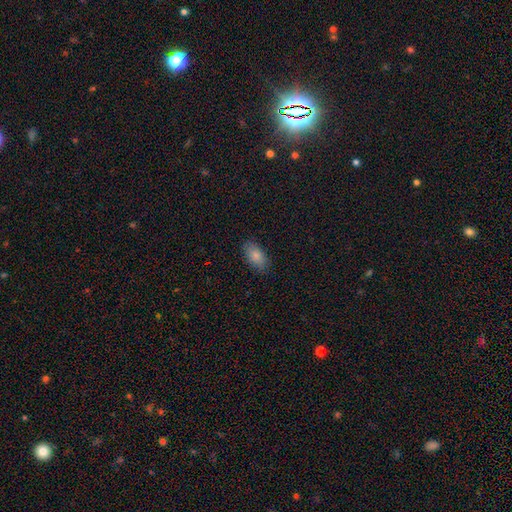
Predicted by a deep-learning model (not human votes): A smooth galaxy with no disk features (86%) that is in between round and cigar-shaped (93%). Merging: none (85%).